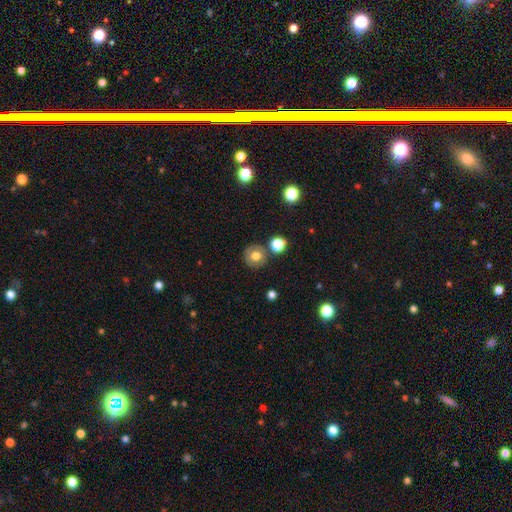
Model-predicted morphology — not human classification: smooth_or_featured: smooth (p=0.65) [alt: featured or disk p=0.24]
how_rounded: round (p=0.89) [alt: in between p=0.10]
merging: none (p=0.77) [alt: minor disturbance p=0.11]